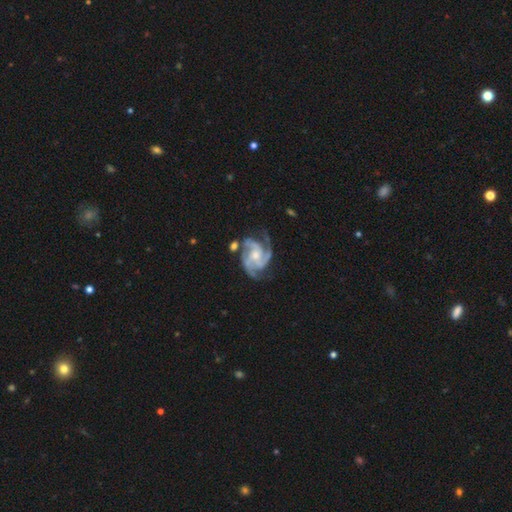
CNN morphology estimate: A featured or disk galaxy (92%) with no bar (63%), 3 (65%) medium (48%) spiral arms (98%) and a moderate central bulge (47%, tied with small).

Vote fractions:
- Smooth or featured? featured or disk: 92% / smooth: 4% / star or artifact: 4%
- Edge-on disk? no: 98% / yes: 2%
- Bar? no: 63% / weak: 29% / strong: 8%
- Spiral arms? yes: 98% / no: 2%
- Spiral winding? medium: 48% / tight: 44% / loose: 8%
- Spiral arm count? 3: 65% / 4: 13% / 2: 10% / can't tell: 6% / 1: 3% / more than 4: 3%
- Bulge size? moderate: 47% (tied) / small: 47% (tied) / none: 3% / large: 2% / dominant: 1%
- Merging? none: 64% / minor disturbance: 21% / major disturbance: 11% / merger: 4%